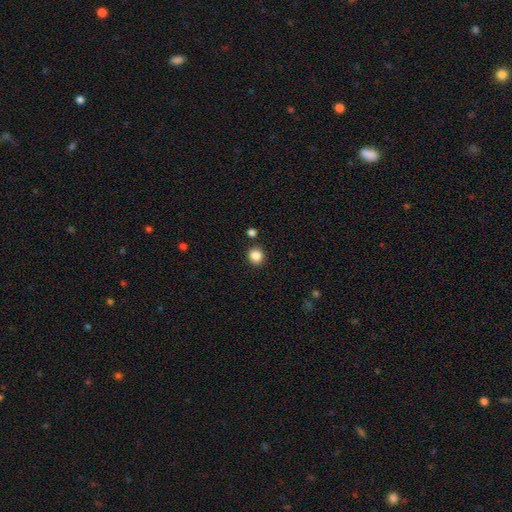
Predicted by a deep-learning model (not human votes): smooth_or_featured: smooth (p=0.86) [alt: star or artifact p=0.10]
how_rounded: round (p=0.89) [alt: in between p=0.10]
merging: none (p=0.89) [alt: minor disturbance p=0.06]